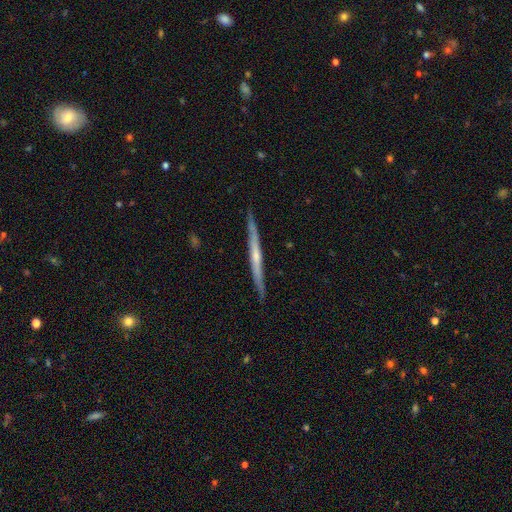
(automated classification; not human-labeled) Smooth or featured?
  - featured or disk: 66% *
  - smooth: 29%
  - star or artifact: 6%
Edge-on disk?
  - yes: 97% *
  - no: 3%
Edge-on bulge?
  - none: 56% *
  - rounded: 38%
  - boxy: 6%
Merging?
  - none: 88% *
  - minor disturbance: 10%
  - major disturbance: 1%
  - merger: 1%